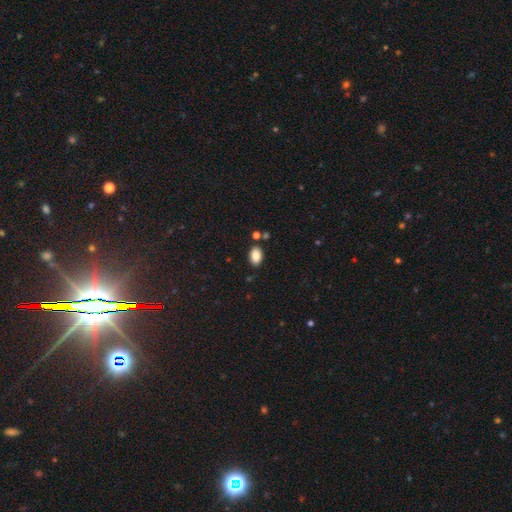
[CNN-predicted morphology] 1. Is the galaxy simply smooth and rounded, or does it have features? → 87% smooth, 8% star or artifact, 4% featured or disk.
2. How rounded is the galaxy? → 90% in between, 8% round, 1% cigar-shaped.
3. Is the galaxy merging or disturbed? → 82% none, 10% minor disturbance, 5% merger, 3% major disturbance.